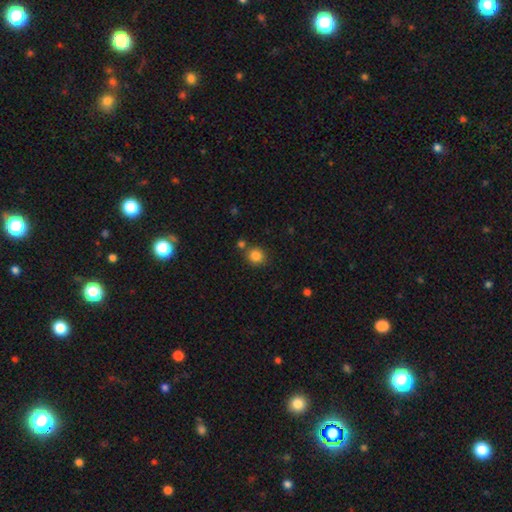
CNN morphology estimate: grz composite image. It shows a smooth galaxy with no disk features (85%) that is round (87%). Merging: none (76%).